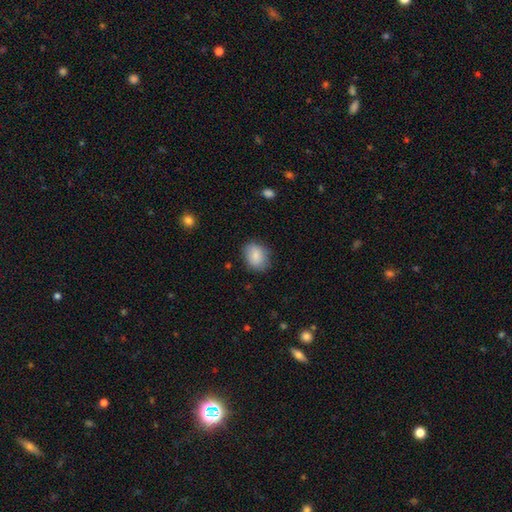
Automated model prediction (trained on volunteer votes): smooth_or_featured: smooth (p=0.84) [alt: featured or disk p=0.09]
how_rounded: in between (p=0.61) [alt: round p=0.38]
merging: none (p=0.78) [alt: minor disturbance p=0.17]